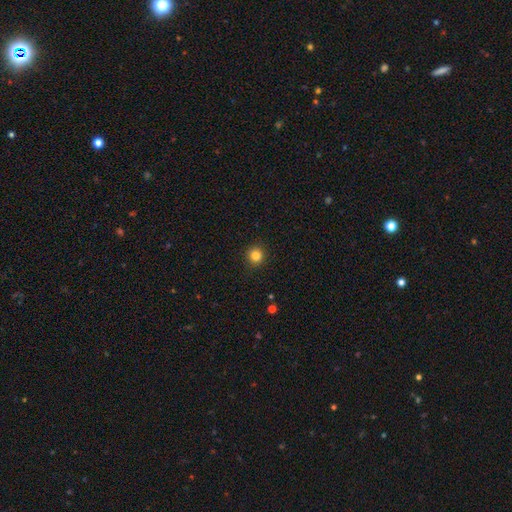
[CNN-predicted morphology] type=smooth (83%); roundness=round (94%); merging=none (92%).